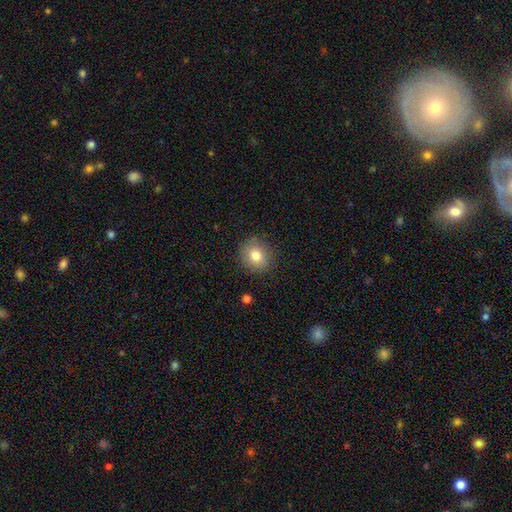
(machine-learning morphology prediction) Q: Smooth or featured?
A: smooth (80%); runner-up: featured or disk (10%)
Q: How rounded?
A: round (80%); runner-up: in between (19%)
Q: Merging?
A: none (86%); runner-up: minor disturbance (10%)